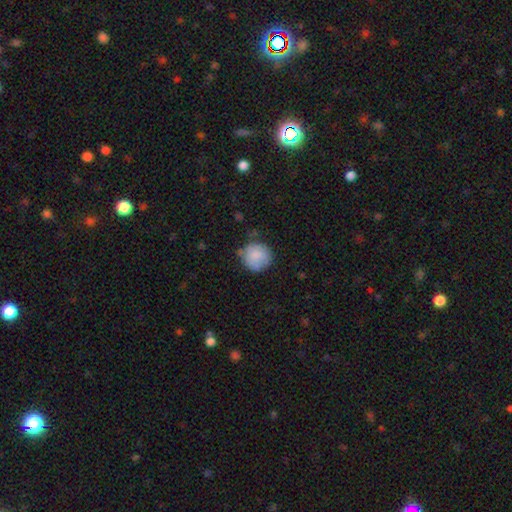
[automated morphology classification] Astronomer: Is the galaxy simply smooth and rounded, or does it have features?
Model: smooth — 81%.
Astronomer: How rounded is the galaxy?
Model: round — 91%.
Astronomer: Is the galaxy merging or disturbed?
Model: none — 68%.